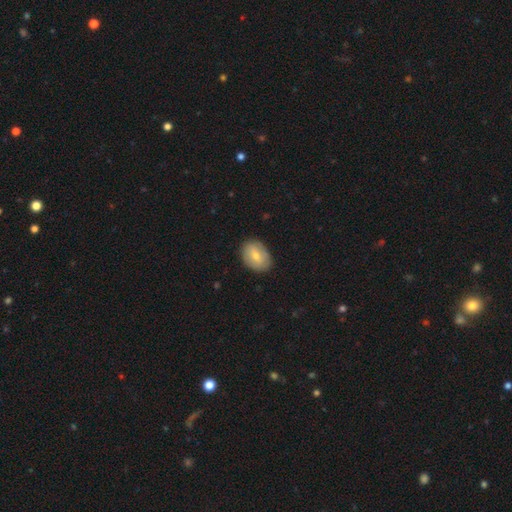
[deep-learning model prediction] The model was most divided on "smooth or featured": smooth: 72%, featured or disk: 21%, star or artifact: 6%. More confident: merging — none (85%); how rounded — in between (76%).